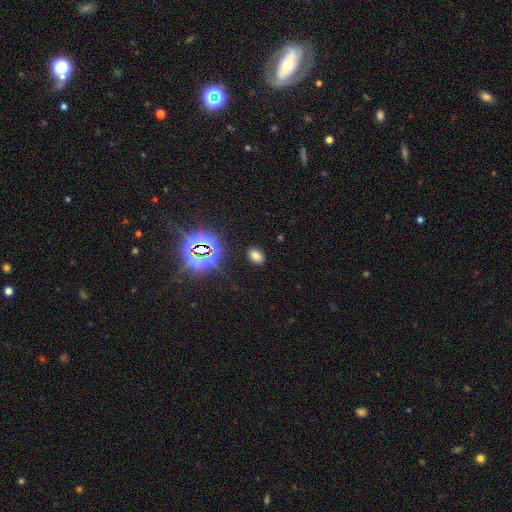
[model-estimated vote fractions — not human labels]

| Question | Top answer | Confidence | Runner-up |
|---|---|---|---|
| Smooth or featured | smooth | 66% | star or artifact (26%) |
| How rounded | in between | 83% | round (15%) |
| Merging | none | 88% | minor disturbance (8%) |